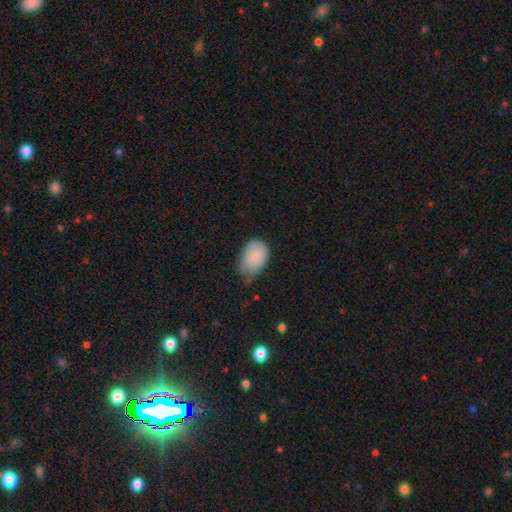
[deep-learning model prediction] This appears to be a smooth galaxy with no disk features (83%) that is in between round and cigar-shaped (86%). Merging: minor disturbance (48%).